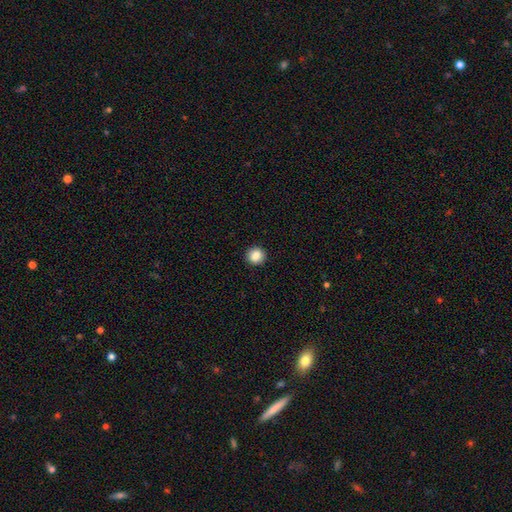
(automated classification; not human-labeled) This appears to be a smooth galaxy with no disk features (87%) that is round (92%). Merging: none (93%).